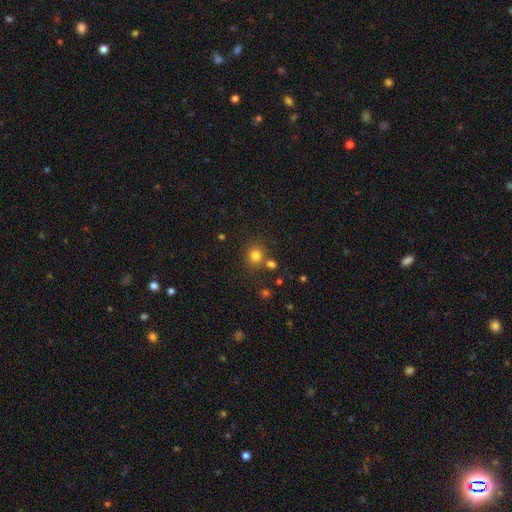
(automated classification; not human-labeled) Morphology: type=smooth (79%); roundness=round (86%); merging=none (71%).